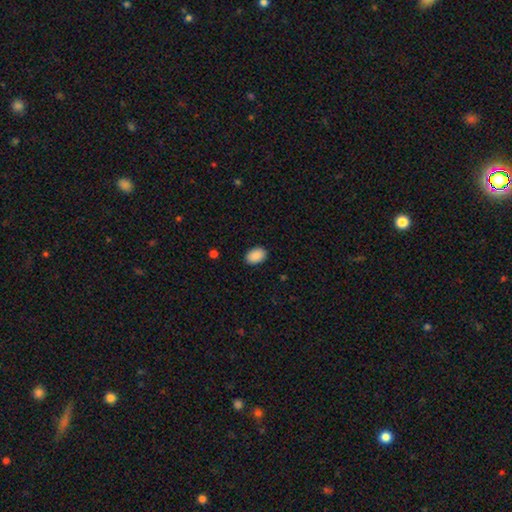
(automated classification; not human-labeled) Smooth or featured: smooth — 90% (star or artifact — 7%)
How rounded: in between — 86% (round — 13%)
Merging: none — 90% (minor disturbance — 8%)